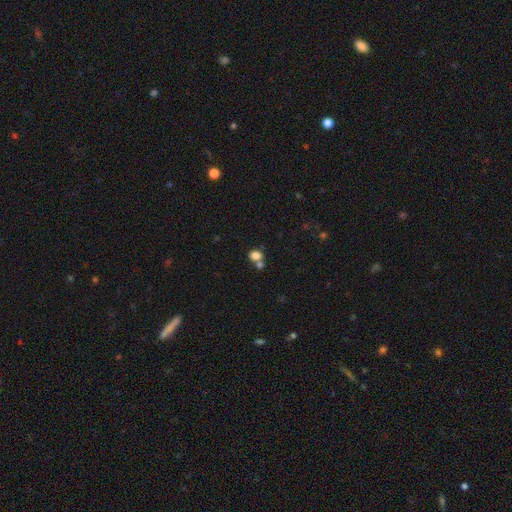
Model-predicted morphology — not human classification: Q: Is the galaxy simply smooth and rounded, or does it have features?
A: smooth — 80%.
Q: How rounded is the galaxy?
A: round — 54%.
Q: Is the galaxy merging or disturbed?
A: none — 45%.